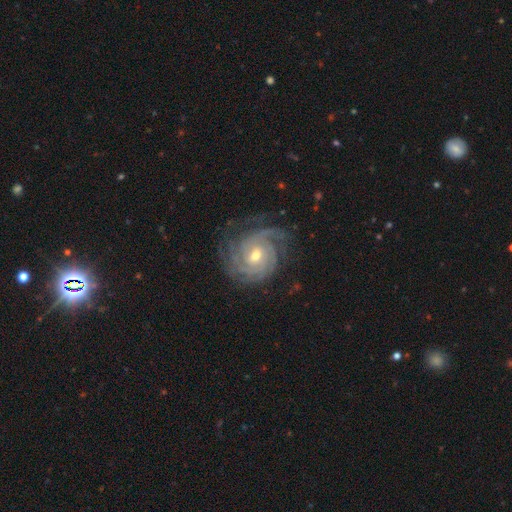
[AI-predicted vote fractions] A featured or disk galaxy (90%) with no bar (51%), 3 (24%, tied with can't tell) tight (75%) spiral arms (98%) and a moderate central bulge (62%). Merging: none (74%).